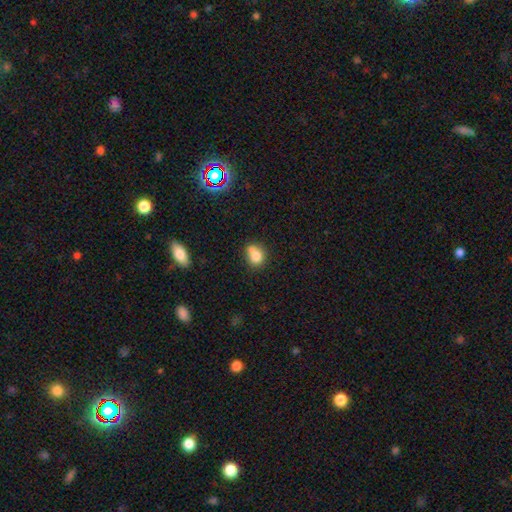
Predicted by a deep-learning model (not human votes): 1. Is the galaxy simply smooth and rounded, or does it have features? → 76% smooth, 13% featured or disk, 11% star or artifact.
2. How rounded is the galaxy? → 67% round, 32% in between, 1% cigar-shaped.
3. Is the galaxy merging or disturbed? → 43% merger, 38% none, 14% minor disturbance, 5% major disturbance.